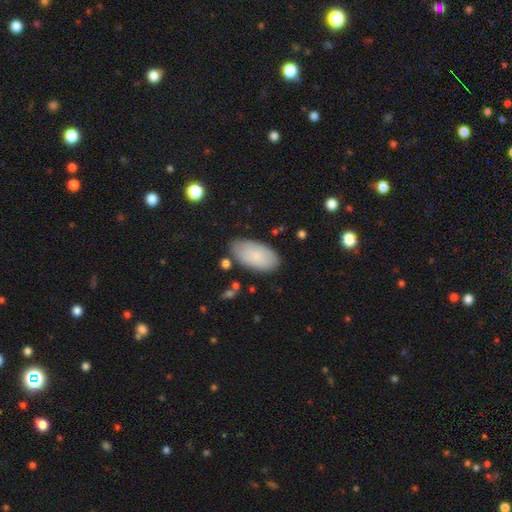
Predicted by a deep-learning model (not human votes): smooth 81%, featured or disk 13%, star or artifact 6%. Down the decision tree: how rounded — in between (95%); merging — none (82%).